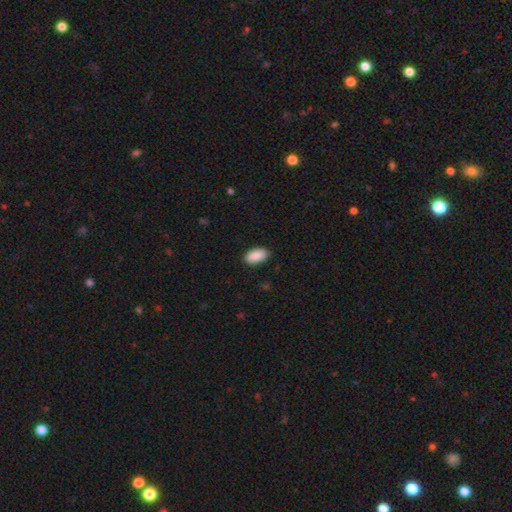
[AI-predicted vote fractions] Smooth or featured: smooth — 88% (star or artifact — 6%)
How rounded: in between — 94% (round — 3%)
Merging: none — 86% (minor disturbance — 11%)